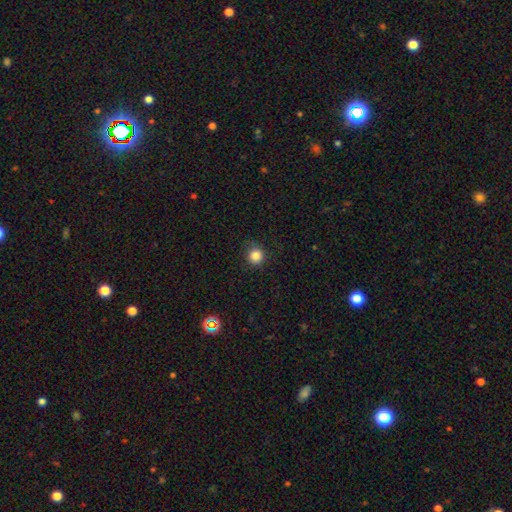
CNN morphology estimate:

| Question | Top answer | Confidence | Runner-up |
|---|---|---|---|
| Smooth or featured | smooth | 84% | star or artifact (12%) |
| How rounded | round | 91% | in between (8%) |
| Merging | none | 82% | minor disturbance (13%) |